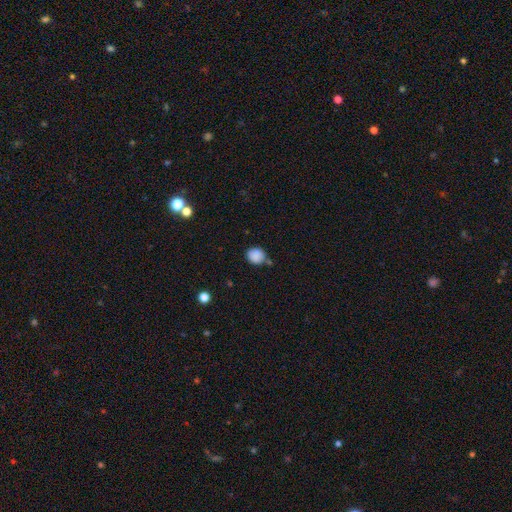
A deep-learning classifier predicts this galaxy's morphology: The model was most divided on "how rounded": round: 73%, in between: 26%, cigar-shaped: 1%. More confident: smooth or featured — smooth (87%); merging — none (72%).